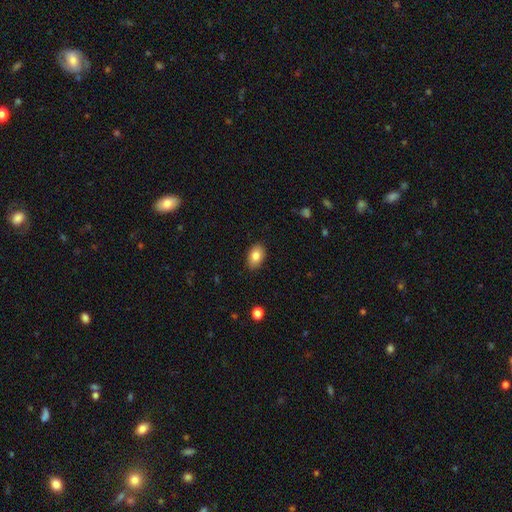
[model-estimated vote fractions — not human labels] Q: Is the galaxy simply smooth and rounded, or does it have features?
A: smooth — 83%.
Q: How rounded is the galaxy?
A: in between — 87%.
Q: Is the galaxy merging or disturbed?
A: none — 87%.